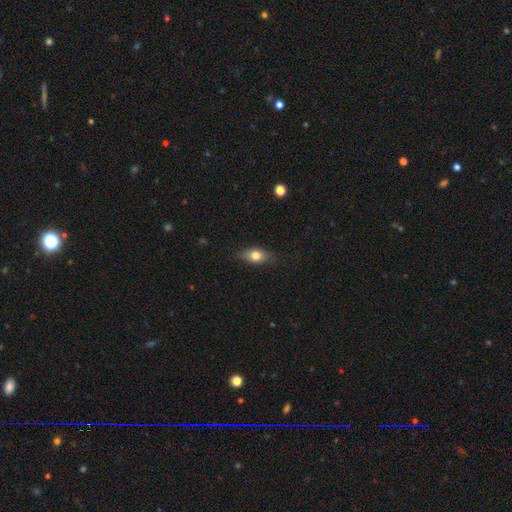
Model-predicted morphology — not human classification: Smooth or featured?
  - smooth: 72% *
  - featured or disk: 19%
  - star or artifact: 8%
How rounded?
  - in between: 77% *
  - round: 13%
  - cigar-shaped: 10%
Merging?
  - none: 80% *
  - minor disturbance: 16%
  - major disturbance: 3%
  - merger: 1%